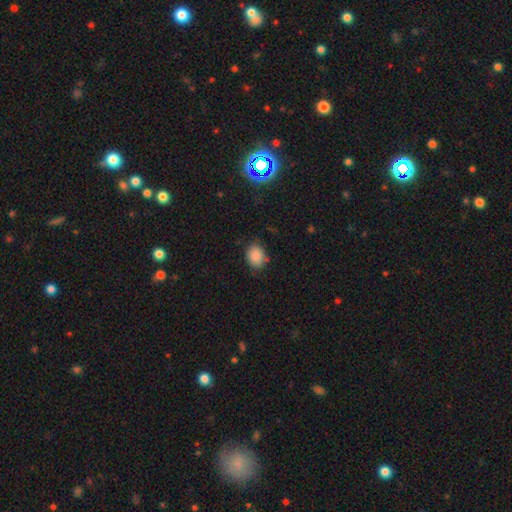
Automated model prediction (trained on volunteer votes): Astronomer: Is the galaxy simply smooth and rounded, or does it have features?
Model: smooth — 87%.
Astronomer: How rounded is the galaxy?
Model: in between — 60% (runner-up: round, 39%).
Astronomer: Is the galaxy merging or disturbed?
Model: none — 78%.